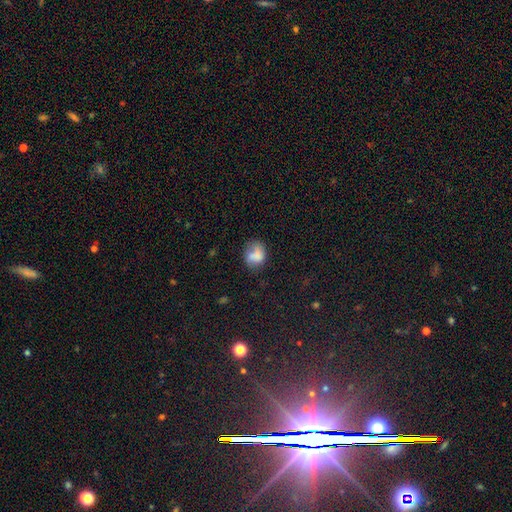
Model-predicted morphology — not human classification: Overall: smooth (72%). How rounded: round (55%; in between 44%). Merging: none (45%; minor disturbance 27%).